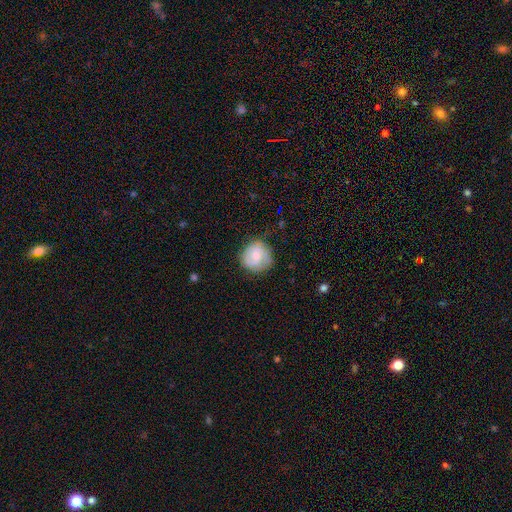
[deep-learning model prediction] smooth-or-featured: smooth: 53% | featured or disk: 40% | star or artifact: 7%
  how-rounded: round: 89% | in between: 10% | cigar-shaped: 1%
  merging: none: 76% | minor disturbance: 18% | major disturbance: 5% | merger: 1%